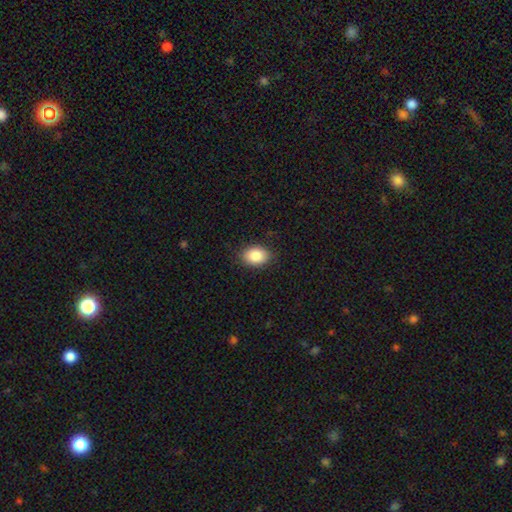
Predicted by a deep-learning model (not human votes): The model was most divided on "how rounded": in between: 74%, round: 25%, cigar-shaped: 1%. More confident: smooth or featured — smooth (87%); merging — none (86%).